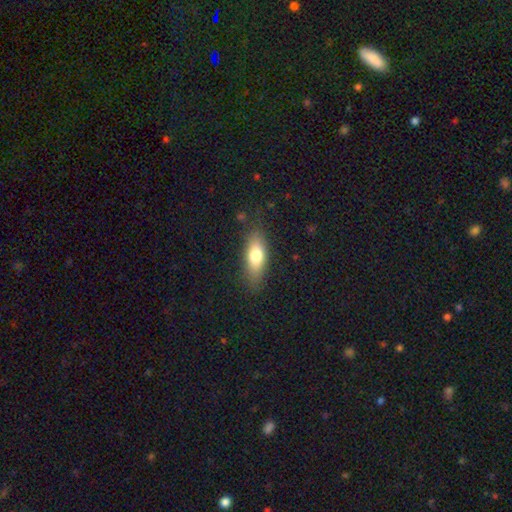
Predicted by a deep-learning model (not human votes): This appears to be a smooth galaxy with no disk features (73%) that is in between round and cigar-shaped (72%). Merging: none (82%).